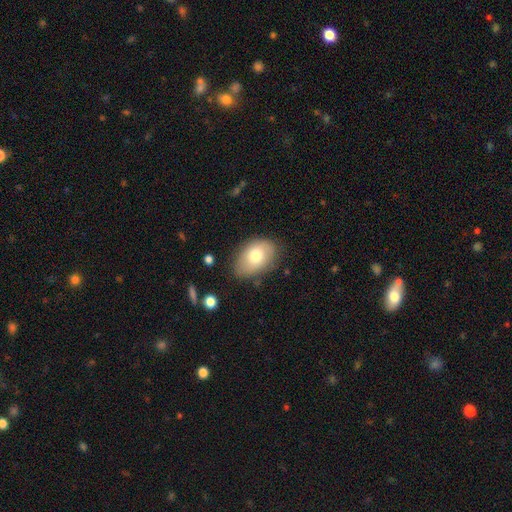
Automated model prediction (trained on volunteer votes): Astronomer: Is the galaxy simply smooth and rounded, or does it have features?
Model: smooth — 74%.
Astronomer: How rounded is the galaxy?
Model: in between — 86%.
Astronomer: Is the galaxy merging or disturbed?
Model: none — 74%.